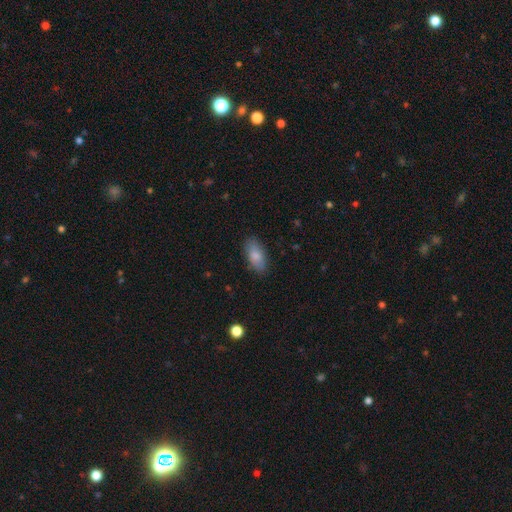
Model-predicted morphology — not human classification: This is clearly a smooth galaxy (83%). How rounded: clearly in between (90%). Merging: clearly none (85%).